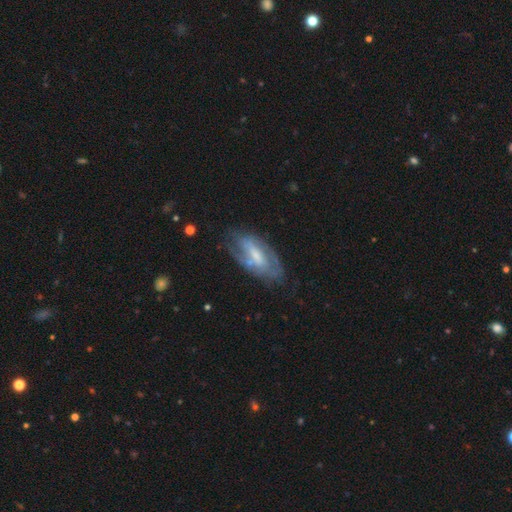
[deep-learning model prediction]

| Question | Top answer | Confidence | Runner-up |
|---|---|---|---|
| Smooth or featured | featured or disk | 71% | smooth (22%) |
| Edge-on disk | no | 91% | yes (9%) |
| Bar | weak | 43% | strong (34%) |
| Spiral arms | yes | 78% | no (22%) |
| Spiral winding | medium | 42% | tight (41%) |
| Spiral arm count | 2 | 54% | can't tell (30%) |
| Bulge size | moderate | 36% | tied: small (36%) |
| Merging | none | 64% | minor disturbance (22%) |